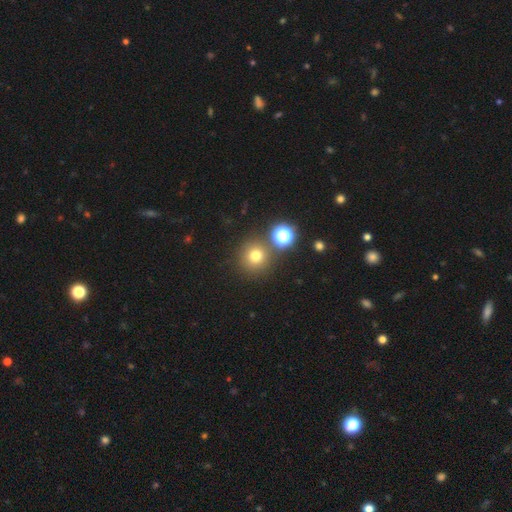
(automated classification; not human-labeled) This appears to be a smooth galaxy with no disk features (73%) that is round (94%). Merging: none (81%).